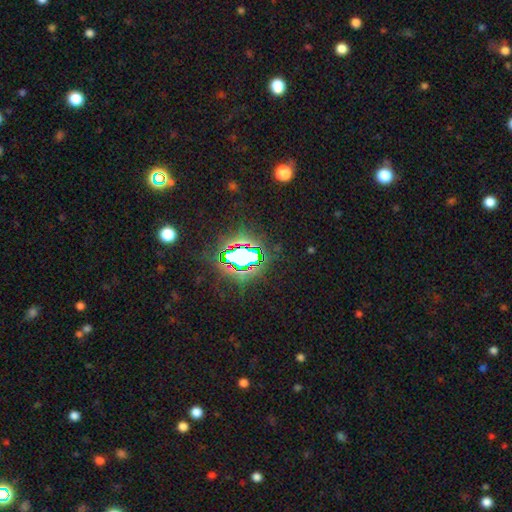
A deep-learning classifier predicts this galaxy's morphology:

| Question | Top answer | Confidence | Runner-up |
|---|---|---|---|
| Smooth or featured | star or artifact | 82% | smooth (11%) |